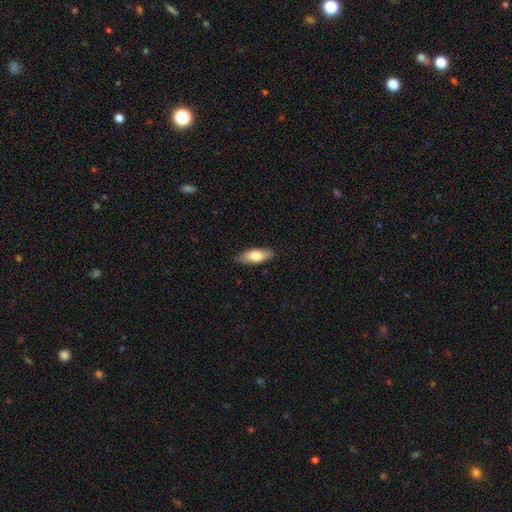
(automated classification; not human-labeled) A smooth galaxy with no disk features (76%) that is in between round and cigar-shaped (76%). Merging: none (86%).